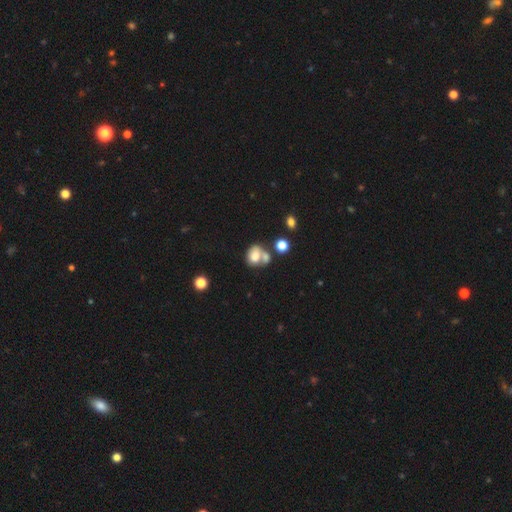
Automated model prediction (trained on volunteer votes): The model was most divided on "how rounded": in between: 56%, round: 43%, cigar-shaped: 1%. Remaining: smooth or featured — smooth (73%); merging — merger (50%).